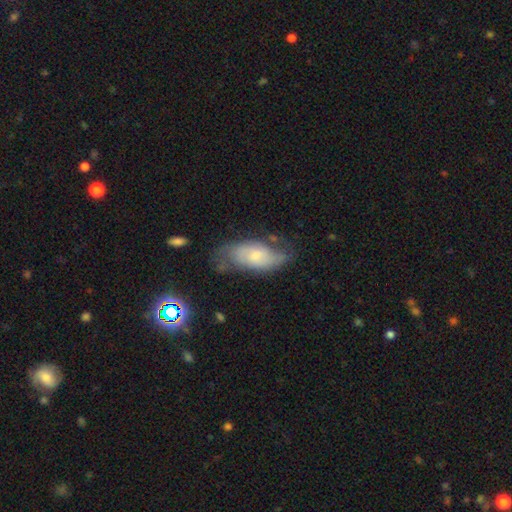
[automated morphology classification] type=featured or disk (55%); edge-on=no (91%); bar=no (68%); spiral arms=yes (78%); bulge=small (51%); merging=none (52%).